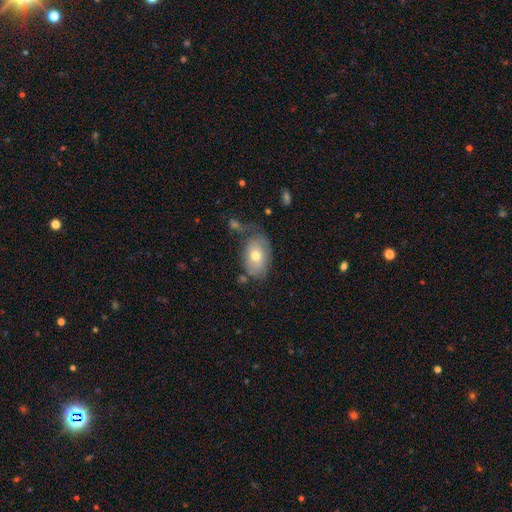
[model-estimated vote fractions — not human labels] A smooth galaxy with no disk features (64%) that is in between round and cigar-shaped (85%).

Vote fractions:
- Smooth or featured? smooth: 64% / featured or disk: 28% / star or artifact: 8%
- How rounded? in between: 85% / round: 14% / cigar-shaped: 1%
- Merging? none: 59% / minor disturbance: 24% / major disturbance: 9% / merger: 8%